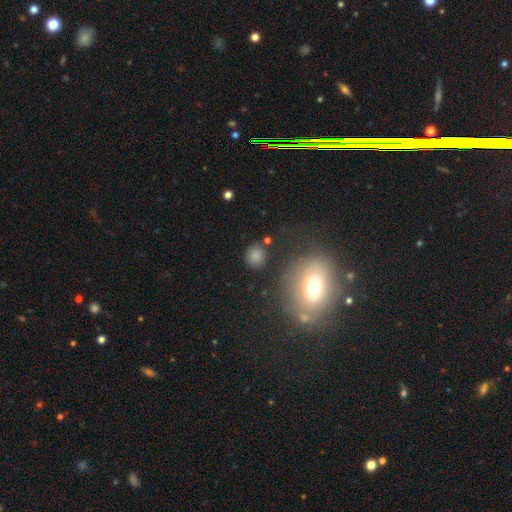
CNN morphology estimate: Smooth or featured? smooth (79%)
How rounded? round (83%)
Merging? none (82%)